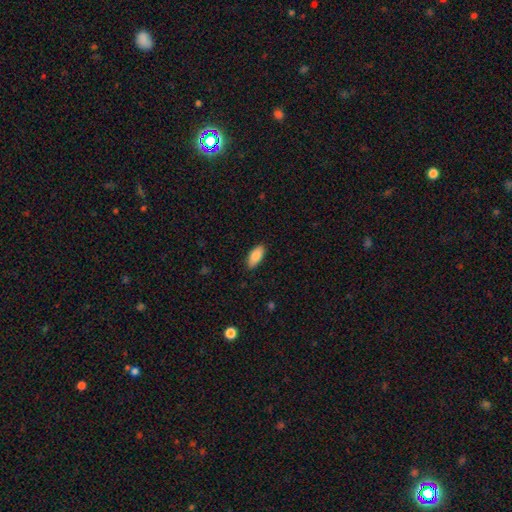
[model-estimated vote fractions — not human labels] This is clearly a smooth galaxy (86%). How rounded: clearly in between (90%). Merging: clearly none (88%).